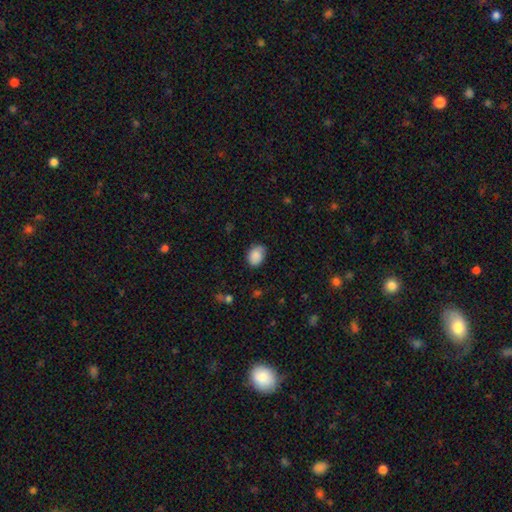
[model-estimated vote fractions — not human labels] This is clearly a smooth galaxy (88%). How rounded: likely in between (67%). Merging: likely none (74%).